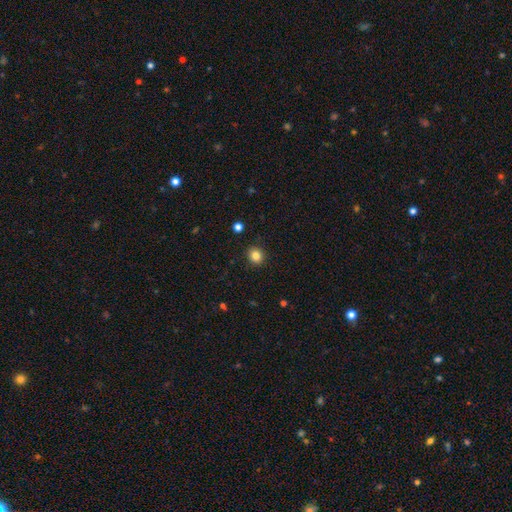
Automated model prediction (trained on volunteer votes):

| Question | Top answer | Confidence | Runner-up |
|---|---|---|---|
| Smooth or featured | smooth | 83% | star or artifact (12%) |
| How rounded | round | 83% | in between (16%) |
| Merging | none | 91% | minor disturbance (6%) |